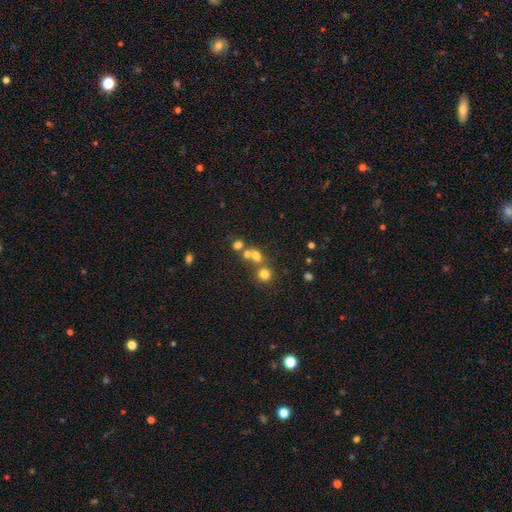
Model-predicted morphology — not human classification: Smooth or featured?
  - smooth: 66% *
  - star or artifact: 19%
  - featured or disk: 15%
How rounded?
  - round: 68% *
  - in between: 30%
  - cigar-shaped: 2%
Merging?
  - merger: 44% *
  - none: 43%
  - minor disturbance: 8%
  - major disturbance: 5%